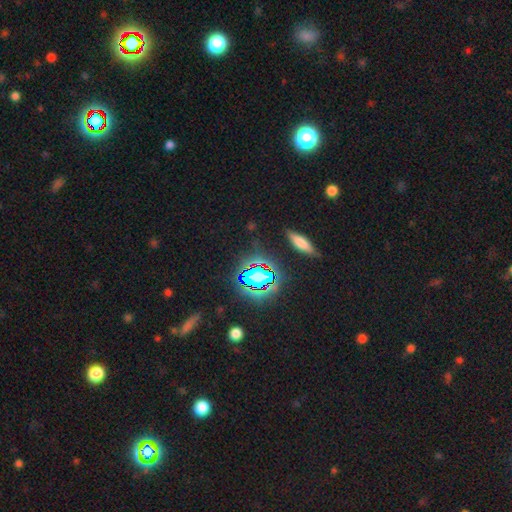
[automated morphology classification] type=star or artifact (71%).